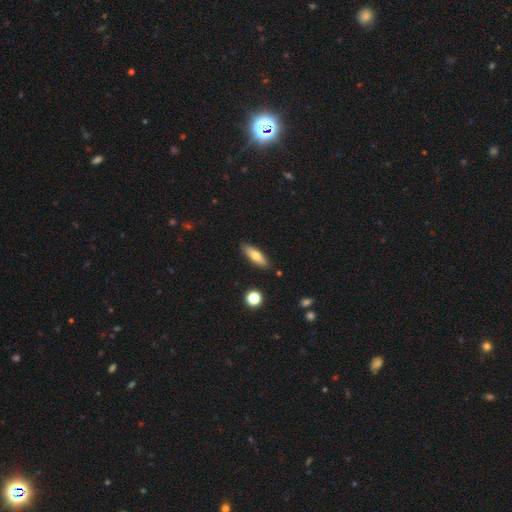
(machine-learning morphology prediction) smooth-or-featured: smooth: 66% | featured or disk: 28% | star or artifact: 7%
  how-rounded: cigar-shaped: 49% (tied) | in between: 49% (tied) | round: 3%
  merging: none: 88% | minor disturbance: 9% | merger: 2% | major disturbance: 2%